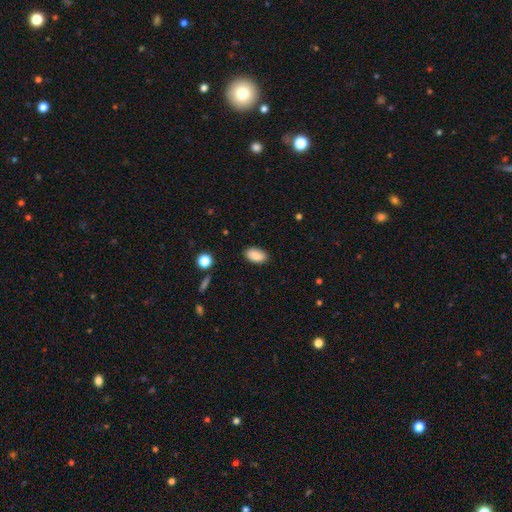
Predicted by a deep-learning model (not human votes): Smooth or featured? Predicted: smooth (p=0.87). How rounded? Predicted: in between (p=0.93). Merging? Predicted: none (p=0.86).